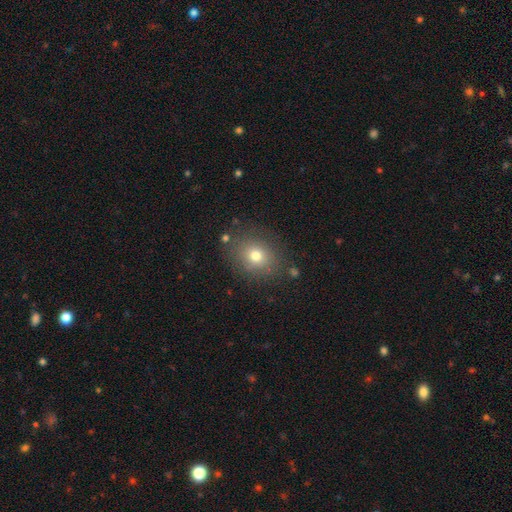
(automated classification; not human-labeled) smooth 74%, star or artifact 14%, featured or disk 12%. Down the decision tree: how rounded — round (64%); merging — none (81%).